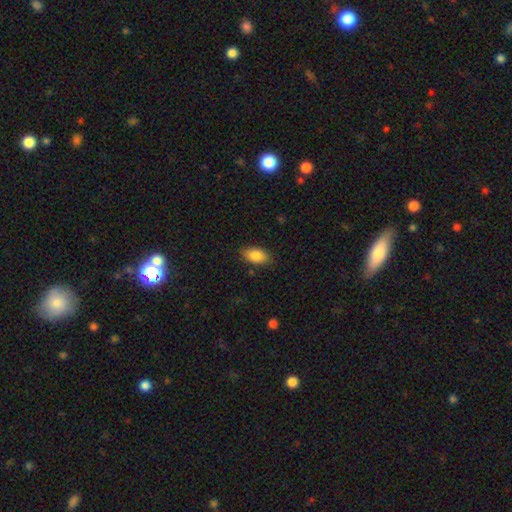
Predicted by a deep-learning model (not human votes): Smooth or featured? smooth (86%)
How rounded? in between (91%)
Merging? none (82%)